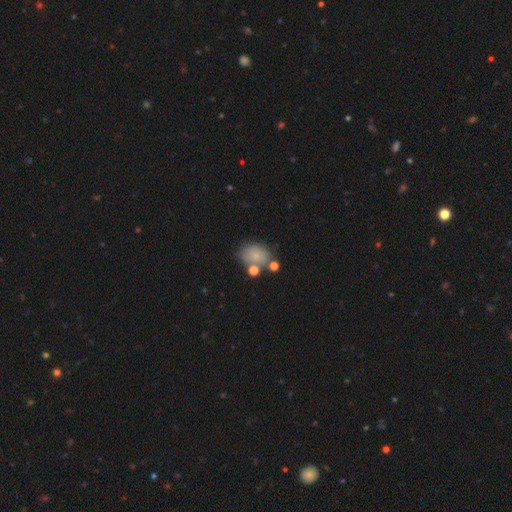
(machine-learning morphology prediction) smooth_or_featured: smooth (p=0.75) [alt: featured or disk p=0.13]
how_rounded: in between (p=0.54) [alt: round p=0.45]
merging: none (p=0.56) [alt: merger p=0.18]